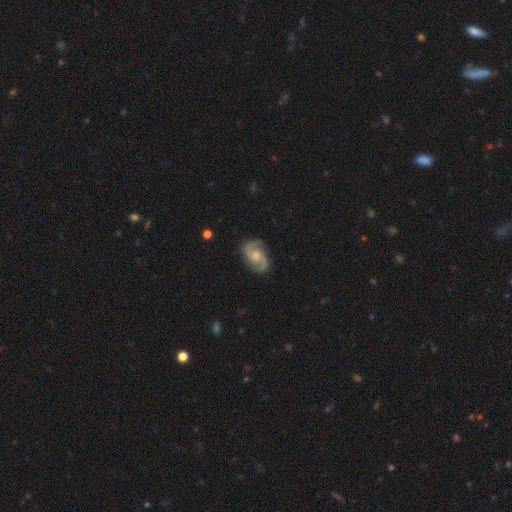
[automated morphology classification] Smooth or featured? Predicted: featured or disk (p=0.88). Edge-on disk? Predicted: no (p=0.98). Bar? Predicted: no (p=0.57). Spiral arms? Predicted: yes (p=0.98). Spiral winding? Predicted: medium (p=0.58). Spiral arm count? Predicted: 2 (p=0.93). Bulge size? Predicted: small (p=0.42). Merging? Predicted: none (p=0.83).